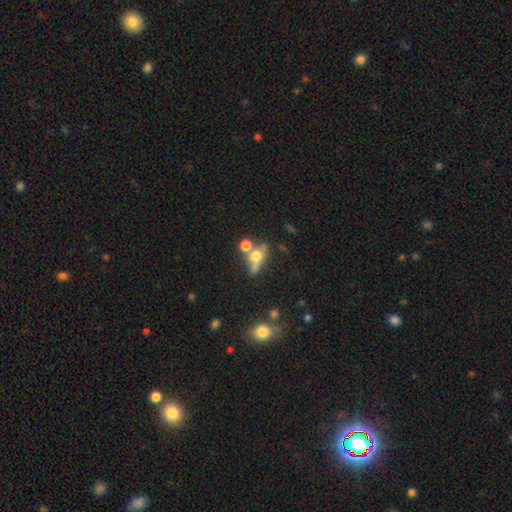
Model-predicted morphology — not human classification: smooth_or_featured: smooth (p=0.53) [alt: featured or disk p=0.32]
how_rounded: in between (p=0.51) [alt: round p=0.37]
merging: merger (p=0.38) [alt: none p=0.36]